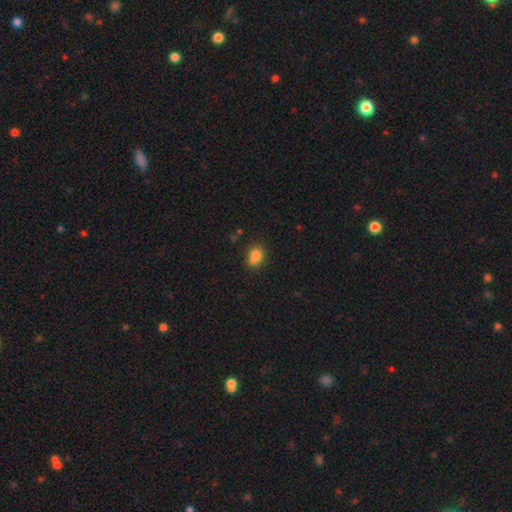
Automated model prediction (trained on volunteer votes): Morphology: type=smooth (79%); roundness=round (60%); merging=none (51%).